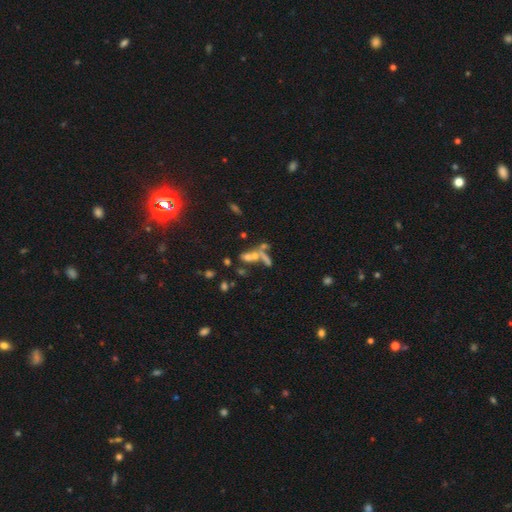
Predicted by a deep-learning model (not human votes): The model was most divided on "smooth or featured": smooth: 35%, featured or disk: 34%, star or artifact: 31%. Remaining: merging — merger (46%).